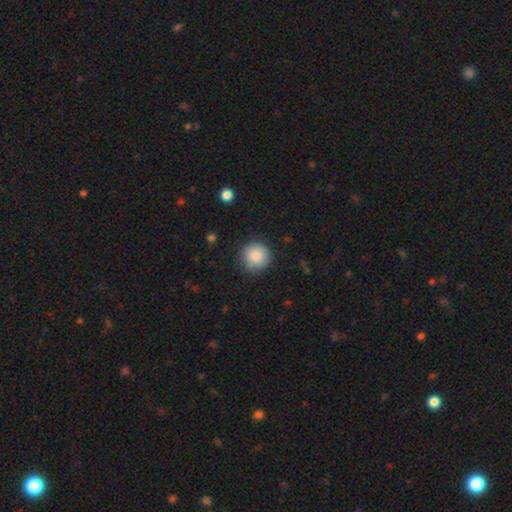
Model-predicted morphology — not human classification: smooth_or_featured: smooth (p=0.86) [alt: star or artifact p=0.08]
how_rounded: round (p=0.95) [alt: in between p=0.04]
merging: none (p=0.86) [alt: minor disturbance p=0.10]